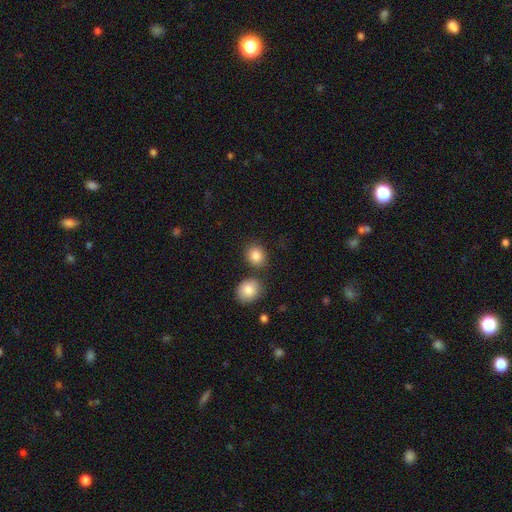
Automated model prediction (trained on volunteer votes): smooth-or-featured: smooth: 85% | star or artifact: 9% | featured or disk: 6%
  how-rounded: round: 68% | in between: 31% | cigar-shaped: 1%
  merging: none: 74% | merger: 13% | minor disturbance: 10% | major disturbance: 3%